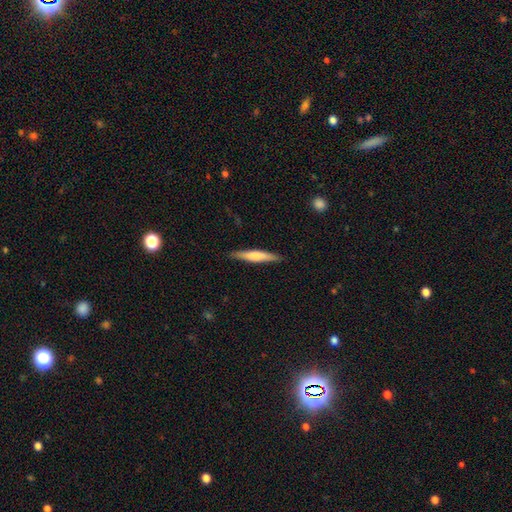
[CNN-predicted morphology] This is possibly a smooth galaxy (60%). How rounded: clearly cigar-shaped (91%). Merging: clearly none (89%).